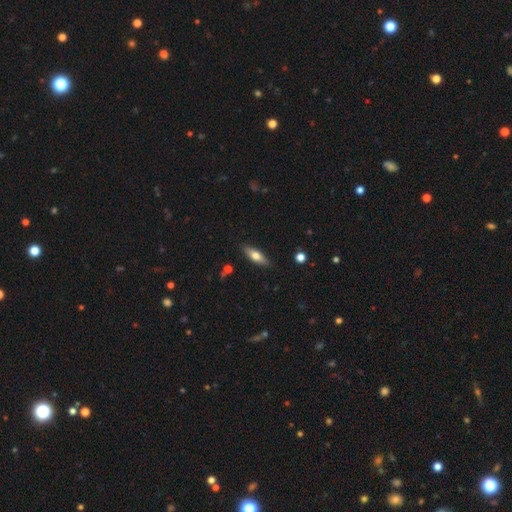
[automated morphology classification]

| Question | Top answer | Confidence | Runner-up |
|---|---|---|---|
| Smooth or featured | smooth | 61% | featured or disk (33%) |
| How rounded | in between | 55% | cigar-shaped (42%) |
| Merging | none | 87% | minor disturbance (10%) |